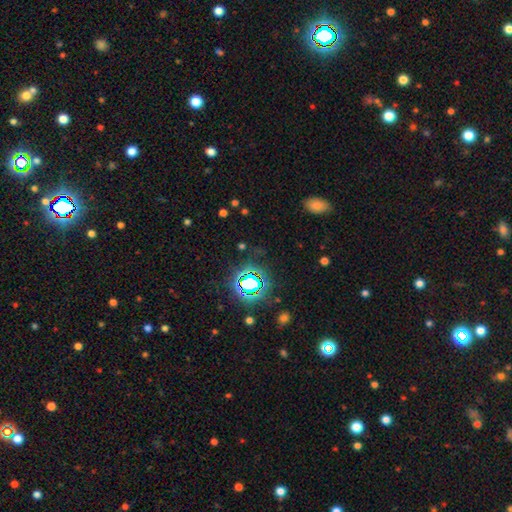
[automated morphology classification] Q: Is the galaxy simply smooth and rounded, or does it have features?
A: star or artifact — 75%.